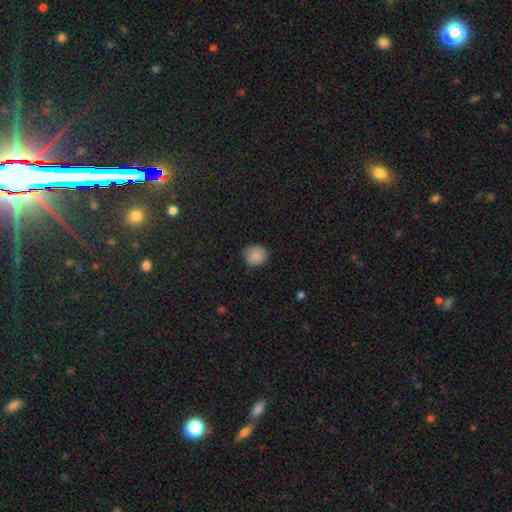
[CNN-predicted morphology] Smooth or featured? Predicted: smooth (p=0.86). How rounded? Predicted: round (p=0.85). Merging? Predicted: none (p=0.78).